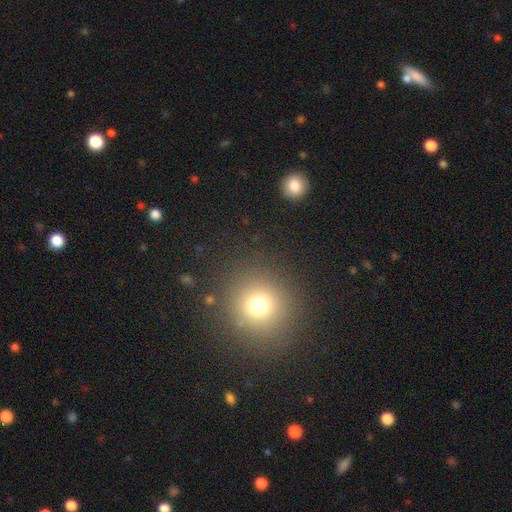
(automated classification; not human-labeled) Smooth or featured? Predicted: smooth (p=0.67). How rounded? Predicted: round (p=0.93). Merging? Predicted: none (p=0.90).